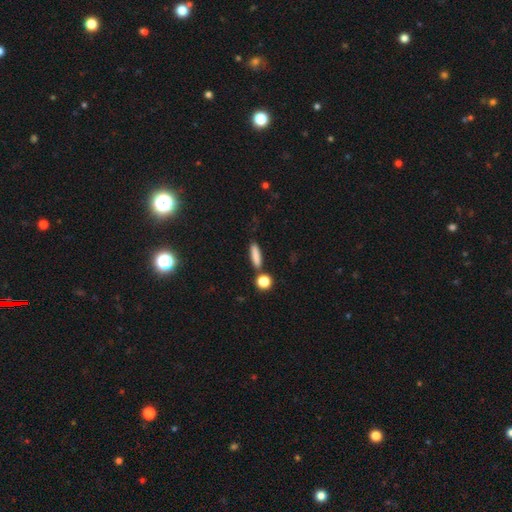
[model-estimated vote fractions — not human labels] Smooth or featured?
  - smooth: 84% *
  - star or artifact: 8%
  - featured or disk: 8%
How rounded?
  - cigar-shaped: 67% *
  - in between: 27%
  - round: 6%
Merging?
  - none: 79% *
  - minor disturbance: 11%
  - merger: 7%
  - major disturbance: 3%